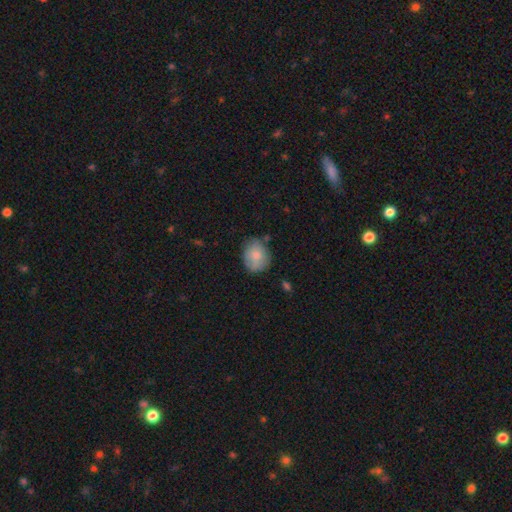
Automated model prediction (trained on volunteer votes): This appears to be a smooth galaxy with no disk features (76%) that is round (60%). Merging: none (68%).